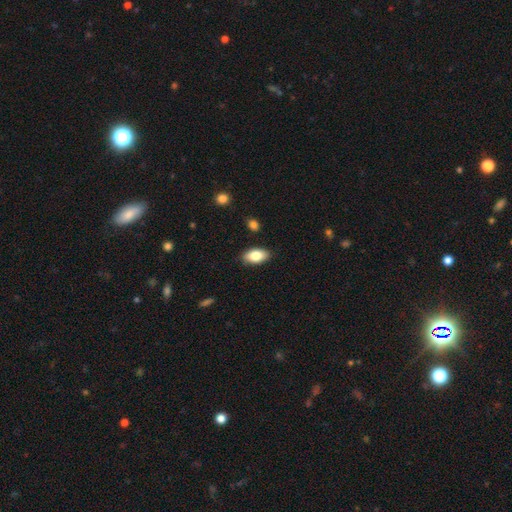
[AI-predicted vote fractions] A smooth galaxy with no disk features (83%) that is in between round and cigar-shaped (93%).

Vote fractions:
- Smooth or featured? smooth: 83% / featured or disk: 10% / star or artifact: 7%
- How rounded? in between: 93% / round: 4% / cigar-shaped: 3%
- Merging? none: 86% / minor disturbance: 10% / major disturbance: 2% / merger: 2%